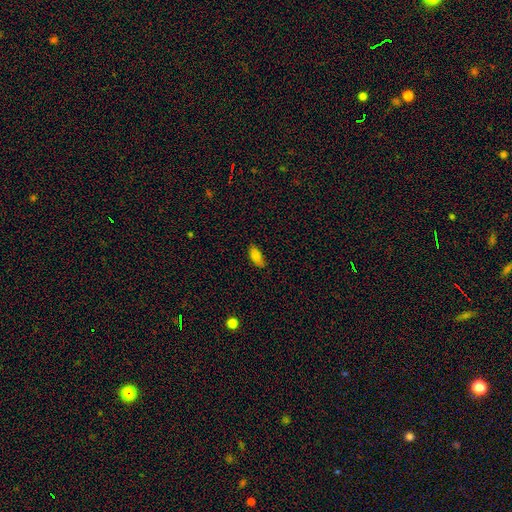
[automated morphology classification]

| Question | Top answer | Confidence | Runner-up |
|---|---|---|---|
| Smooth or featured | smooth | 81% | featured or disk (11%) |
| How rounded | in between | 87% | cigar-shaped (10%) |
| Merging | none | 80% | minor disturbance (16%) |